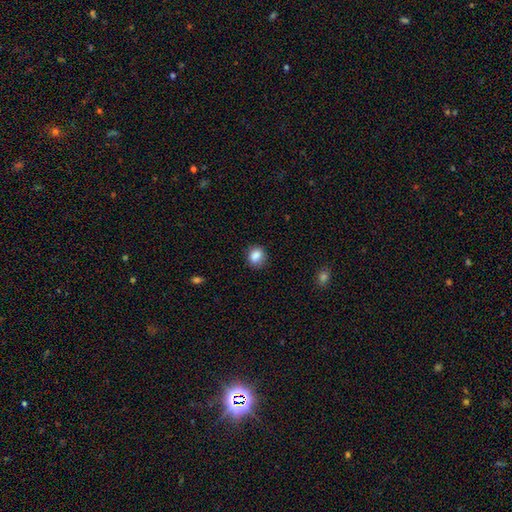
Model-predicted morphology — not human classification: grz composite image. It shows a smooth galaxy with no disk features (87%) that is round (60%). Merging: none (81%).